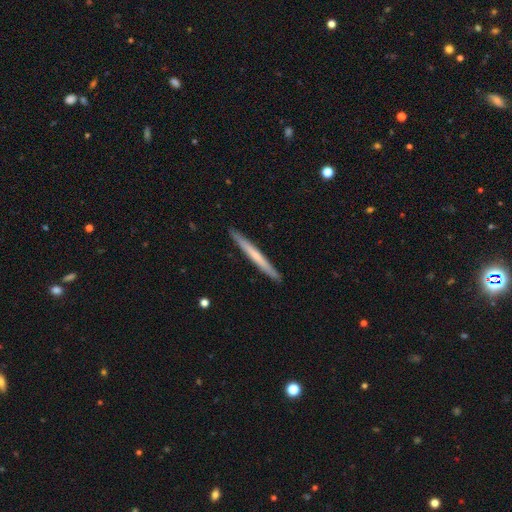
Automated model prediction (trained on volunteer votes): Smooth or featured? smooth (50%)
How rounded? cigar-shaped (97%)
Merging? none (92%)